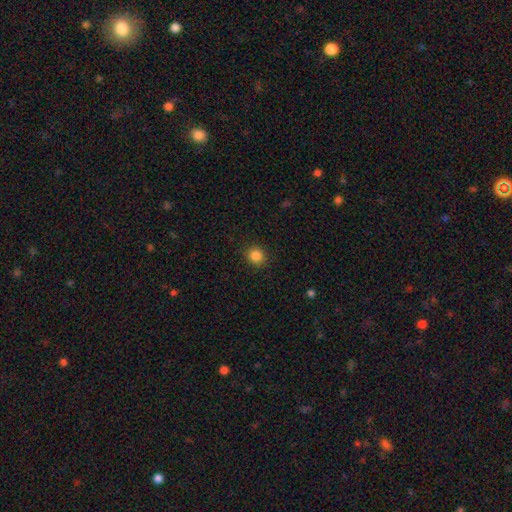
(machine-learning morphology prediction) A smooth galaxy with no disk features (85%) that is round (86%). Merging: none (90%).